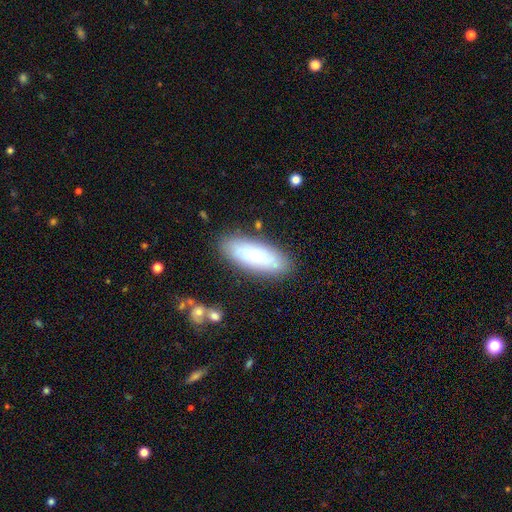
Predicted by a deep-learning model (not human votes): smooth_or_featured: smooth (p=0.77) [alt: featured or disk p=0.16]
how_rounded: in between (p=0.65) [alt: cigar-shaped p=0.34]
merging: none (p=0.83) [alt: minor disturbance p=0.12]